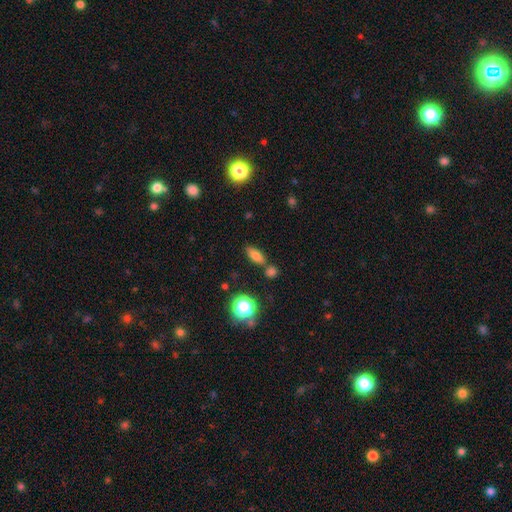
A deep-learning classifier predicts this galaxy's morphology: smooth 71%, featured or disk 14%, star or artifact 14%. Down the decision tree: how rounded — in between (69%); merging — none (71%).